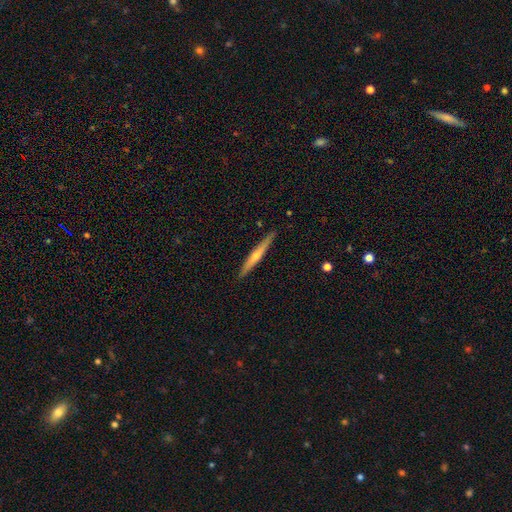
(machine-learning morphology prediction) This is likely a featured or disk galaxy (61%). It is clearly viewed edge-on (96%). Edge-on bulge: likely rounded (73%). Merging: clearly none (90%).